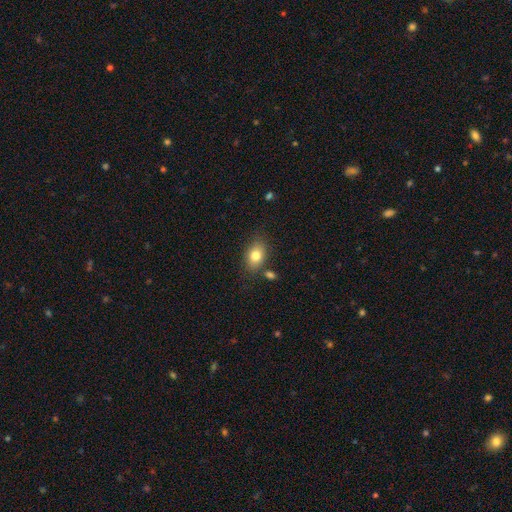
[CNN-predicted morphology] Smooth or featured?
  - smooth: 80% *
  - featured or disk: 11%
  - star or artifact: 9%
How rounded?
  - in between: 77% *
  - round: 21%
  - cigar-shaped: 1%
Merging?
  - none: 76% *
  - minor disturbance: 14%
  - merger: 7%
  - major disturbance: 4%